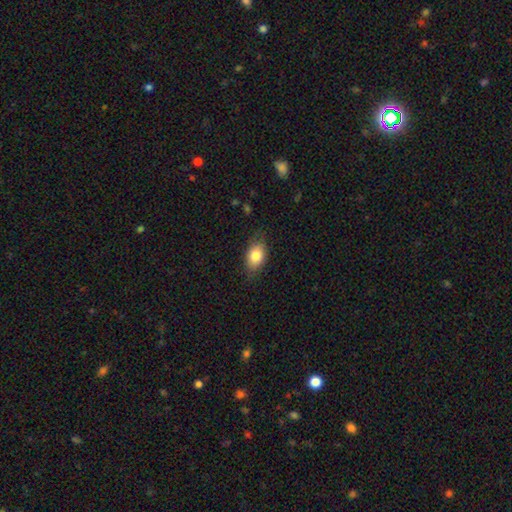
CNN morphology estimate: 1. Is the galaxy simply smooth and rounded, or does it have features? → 81% smooth, 11% featured or disk, 8% star or artifact.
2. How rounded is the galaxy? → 84% in between, 14% round, 2% cigar-shaped.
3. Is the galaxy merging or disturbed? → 77% none, 18% minor disturbance, 4% major disturbance, 1% merger.